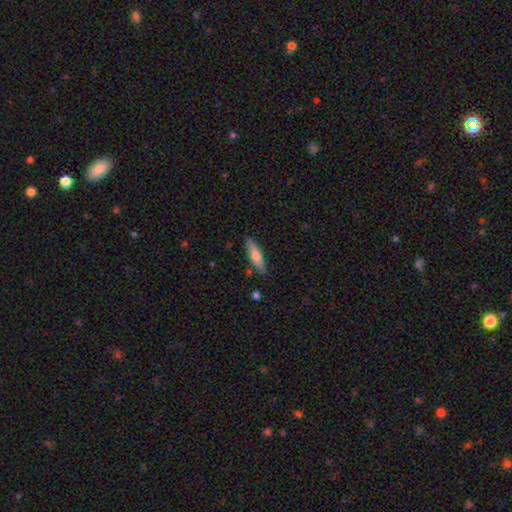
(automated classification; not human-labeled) A smooth galaxy with no disk features (64%) that is cigar-shaped (68%). Merging: none (84%).